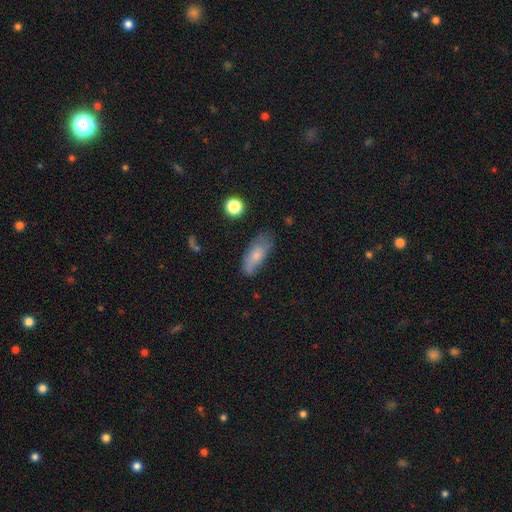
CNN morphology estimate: smooth_or_featured: smooth (p=0.73) [alt: featured or disk p=0.20]
how_rounded: in between (p=0.73) [alt: cigar-shaped p=0.24]
merging: none (p=0.61) [alt: minor disturbance p=0.29]